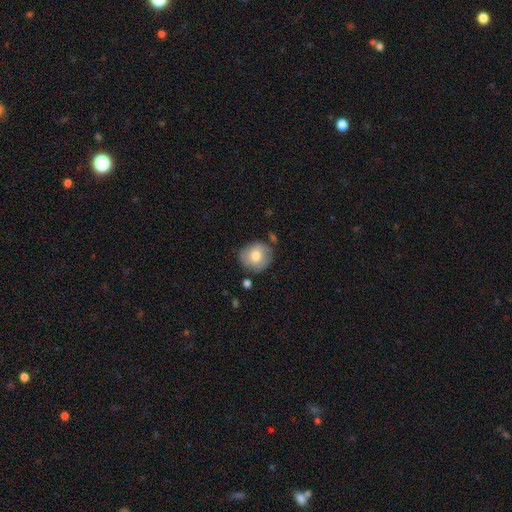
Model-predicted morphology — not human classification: A smooth galaxy with no disk features (73%) that is round (81%). Merging: none (71%).